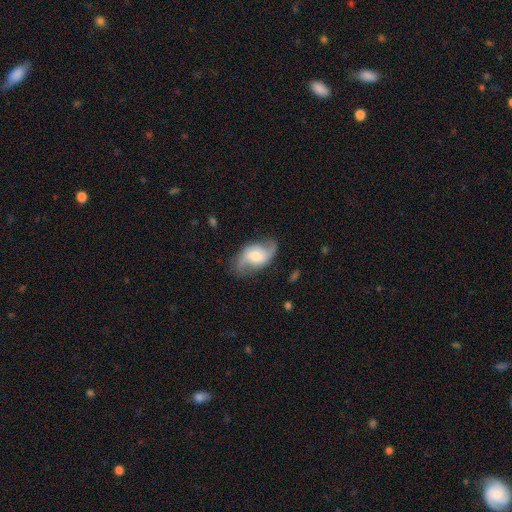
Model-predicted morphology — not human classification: This is likely a featured or disk galaxy (76%). It is clearly not viewed edge-on (96%). Bar: possibly no (52%). Spiral arm pattern: clearly yes (94%). Spiral arm count: clearly 2 (90%). Spiral winding: possibly loose (57%). Central bulge: possibly moderate (55%). Merging: likely none (74%).